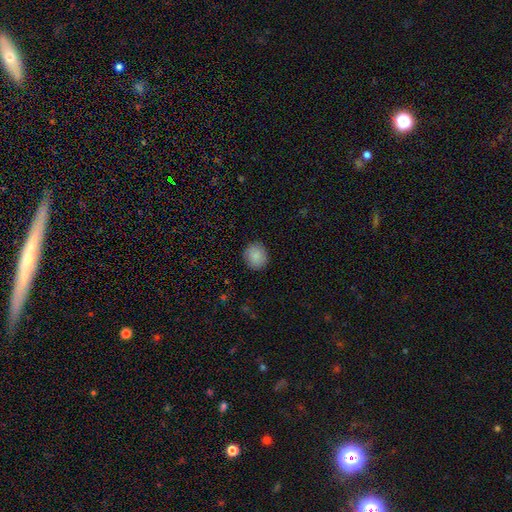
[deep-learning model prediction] Smooth or featured? smooth (88%)
How rounded? round (83%)
Merging? none (89%)